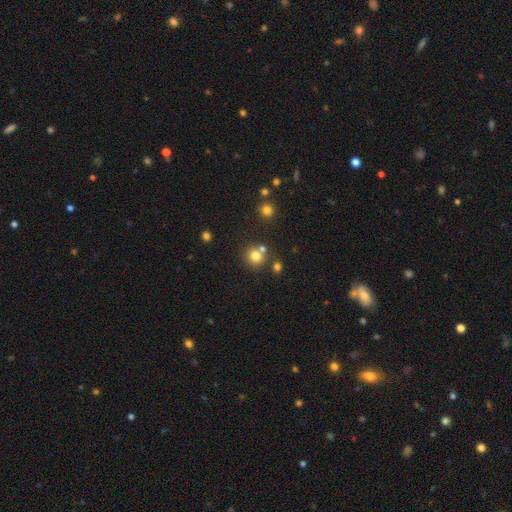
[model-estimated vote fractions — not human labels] Morphology: type=smooth (77%); roundness=round (89%); merging=none (68%).